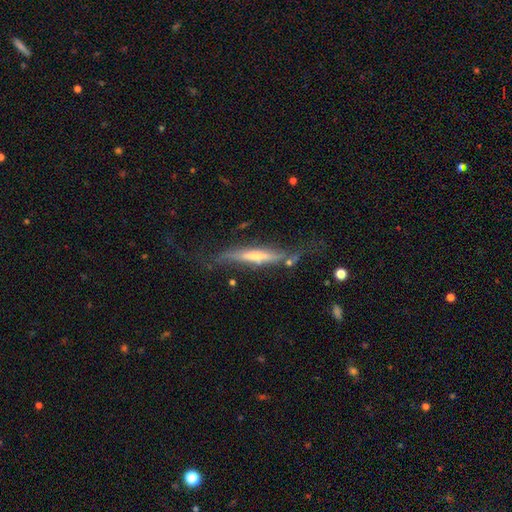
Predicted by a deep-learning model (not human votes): A featured or disk galaxy (73%) viewed edge-on (85%) with a rounded central bulge (59%).

Vote fractions:
- Smooth or featured? featured or disk: 73% / smooth: 20% / star or artifact: 7%
- Edge-on disk? yes: 85% / no: 15%
- Edge-on bulge? rounded: 59% / none: 27% / boxy: 15%
- Merging? none: 55% / minor disturbance: 26% / major disturbance: 16% / merger: 4%